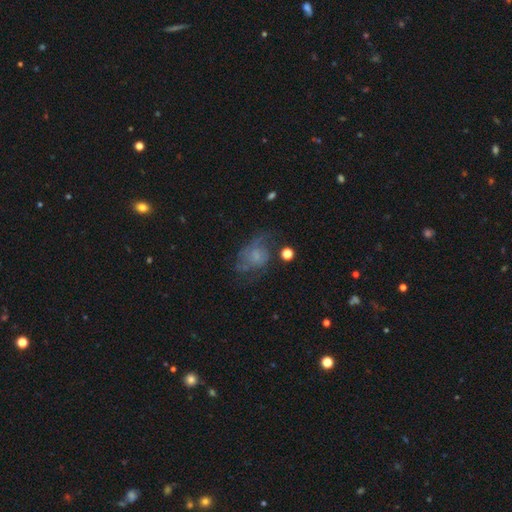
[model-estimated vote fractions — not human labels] Smooth or featured: featured or disk — 49% (smooth — 36%)
Merging: none — 42% (major disturbance — 31%)